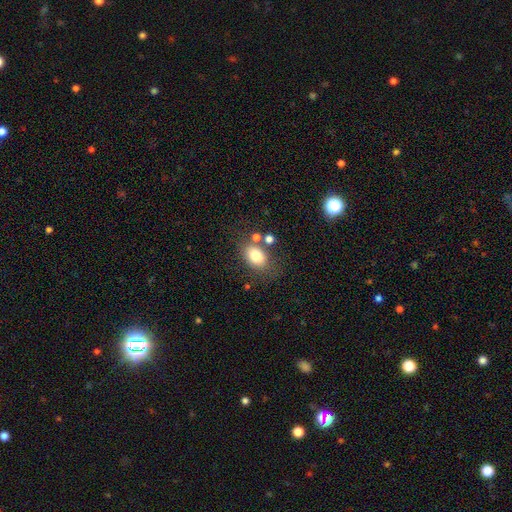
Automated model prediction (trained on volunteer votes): Smooth or featured: smooth — 78% (featured or disk — 11%)
How rounded: in between — 73% (round — 26%)
Merging: none — 65% (minor disturbance — 16%)